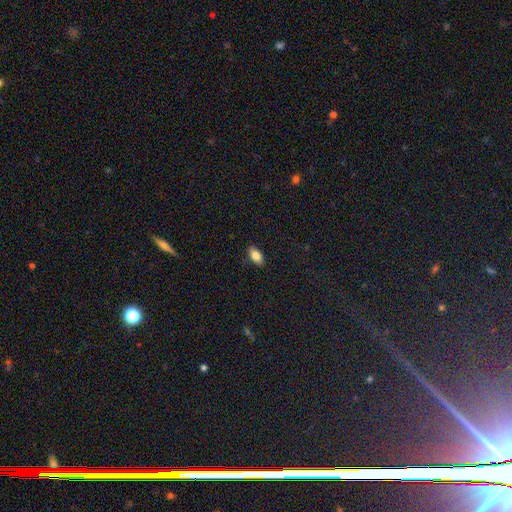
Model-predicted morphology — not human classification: Smooth or featured: smooth — 82% (featured or disk — 11%)
How rounded: in between — 91% (cigar-shaped — 5%)
Merging: none — 88% (minor disturbance — 9%)